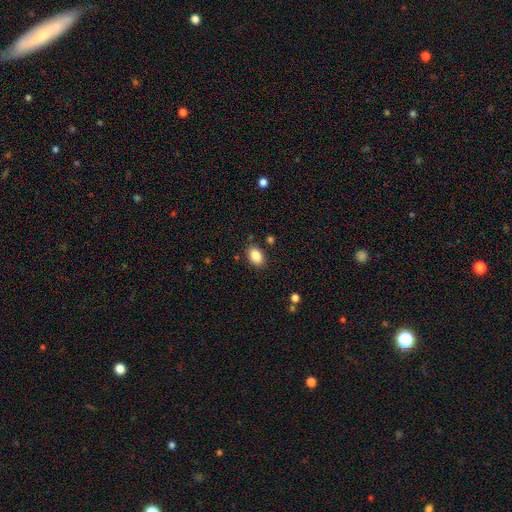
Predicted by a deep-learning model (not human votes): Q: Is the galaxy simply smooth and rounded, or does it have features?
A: smooth — 87%.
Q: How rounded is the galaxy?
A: in between — 80%.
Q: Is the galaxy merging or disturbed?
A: none — 84%.